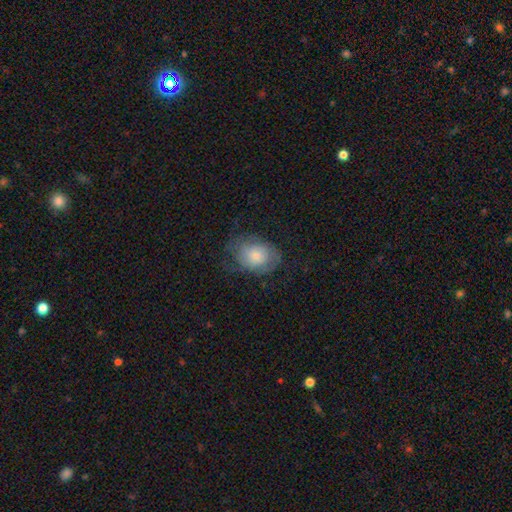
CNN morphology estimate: Smooth or featured: smooth — 65% (featured or disk — 27%)
How rounded: in between — 71% (round — 28%)
Merging: none — 53% (minor disturbance — 27%)